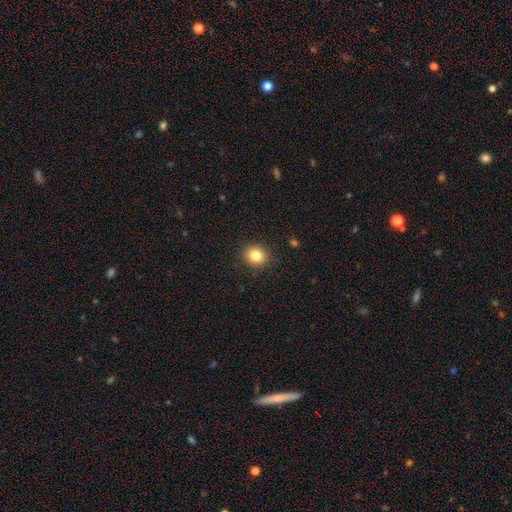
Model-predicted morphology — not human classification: Smooth or featured? smooth (83%)
How rounded? round (76%)
Merging? none (90%)